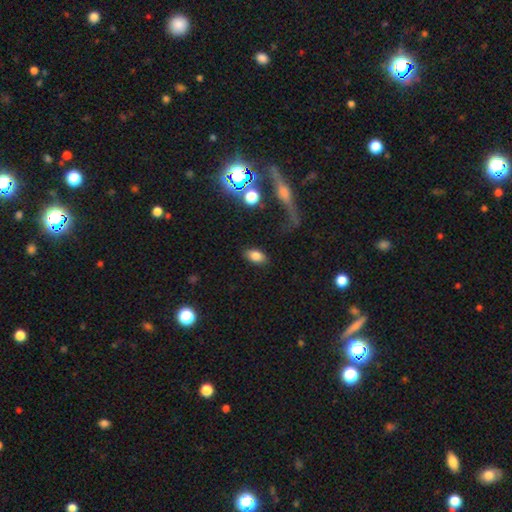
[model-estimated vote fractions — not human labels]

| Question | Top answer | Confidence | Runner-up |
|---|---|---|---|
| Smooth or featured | smooth | 80% | star or artifact (11%) |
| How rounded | in between | 90% | round (7%) |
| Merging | none | 85% | minor disturbance (10%) |